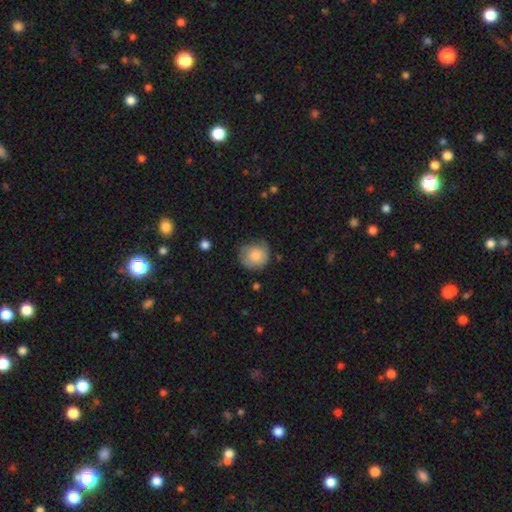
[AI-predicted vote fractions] This is likely a smooth galaxy (77%). How rounded: clearly round (88%). Merging: likely none (61%).